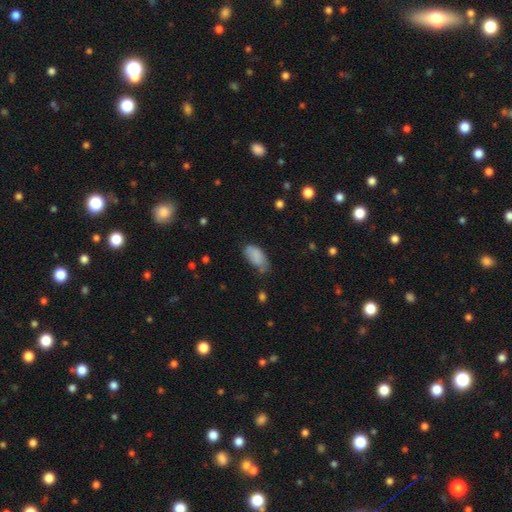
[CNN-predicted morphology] type=smooth (82%); roundness=in between (93%); merging=none (44%).